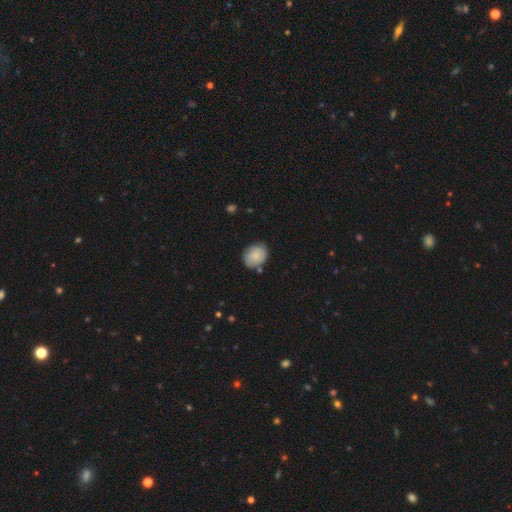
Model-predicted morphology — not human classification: This is likely a smooth galaxy (78%). How rounded: possibly in between (50%). Merging: likely none (77%).